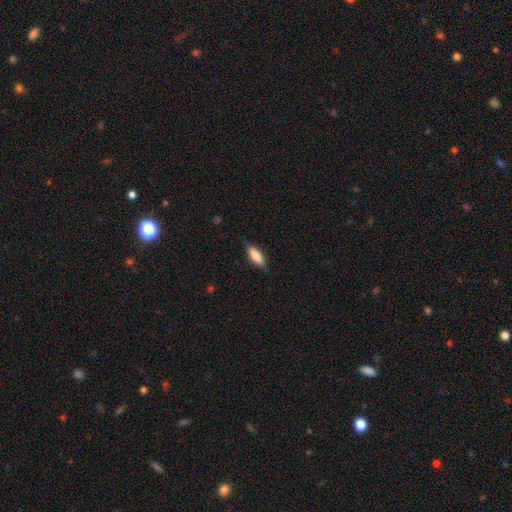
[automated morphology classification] smooth 80%, featured or disk 14%, star or artifact 6%. Down the decision tree: how rounded — in between (64%); merging — none (80%).